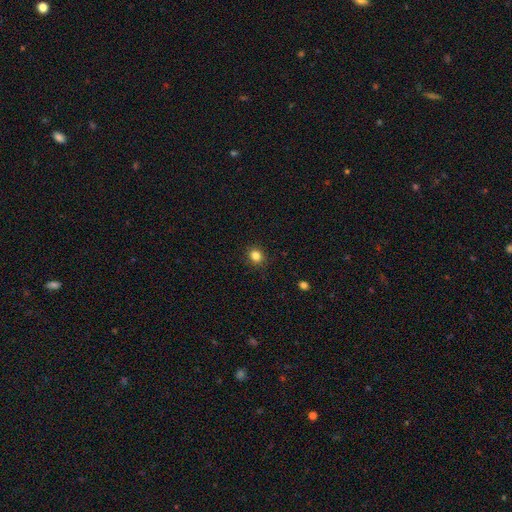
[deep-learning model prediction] smooth_or_featured: smooth (p=0.84) [alt: star or artifact p=0.12]
how_rounded: round (p=0.75) [alt: in between p=0.24]
merging: none (p=0.90) [alt: minor disturbance p=0.07]